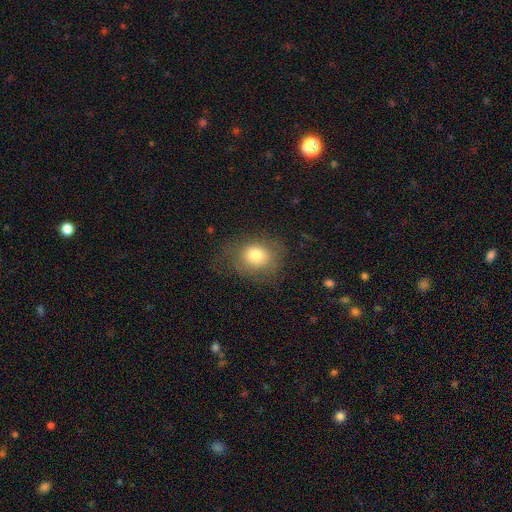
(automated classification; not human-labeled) Smooth or featured? Predicted: smooth (p=0.75). How rounded? Predicted: round (p=0.61). Merging? Predicted: none (p=0.62).